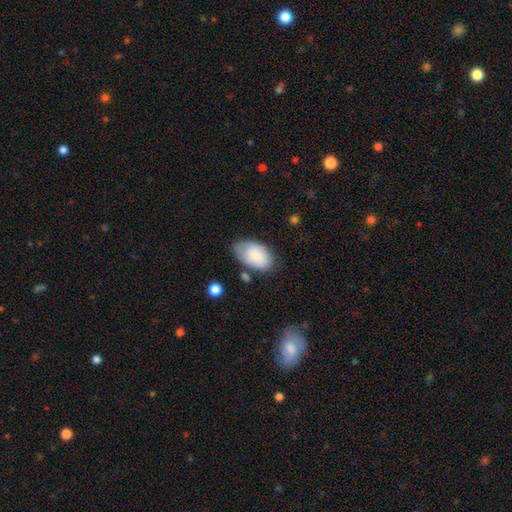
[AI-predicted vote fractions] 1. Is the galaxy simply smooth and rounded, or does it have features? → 78% smooth, 16% featured or disk, 6% star or artifact.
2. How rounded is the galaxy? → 94% in between, 5% round, 1% cigar-shaped.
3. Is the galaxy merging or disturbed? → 61% none, 27% minor disturbance, 7% major disturbance, 5% merger.